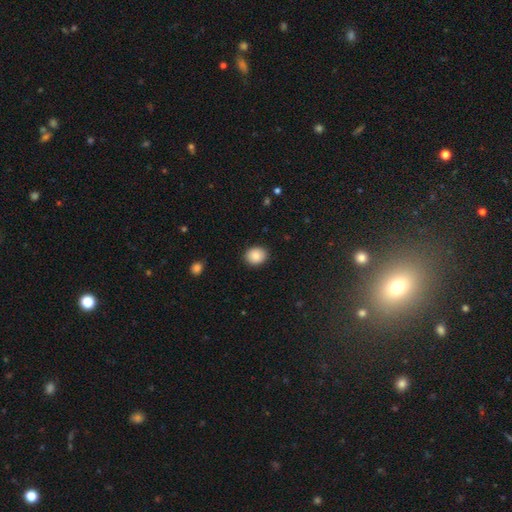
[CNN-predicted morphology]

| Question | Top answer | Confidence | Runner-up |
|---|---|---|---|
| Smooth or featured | smooth | 86% | star or artifact (8%) |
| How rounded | round | 66% | in between (33%) |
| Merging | none | 89% | minor disturbance (8%) |